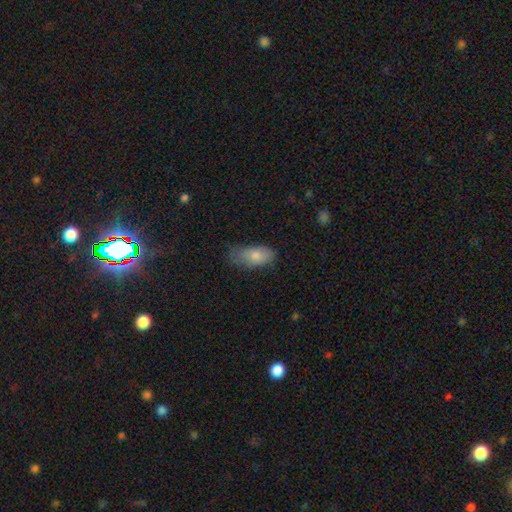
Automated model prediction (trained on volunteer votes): Smooth or featured? smooth (80%)
How rounded? in between (90%)
Merging? none (48%)